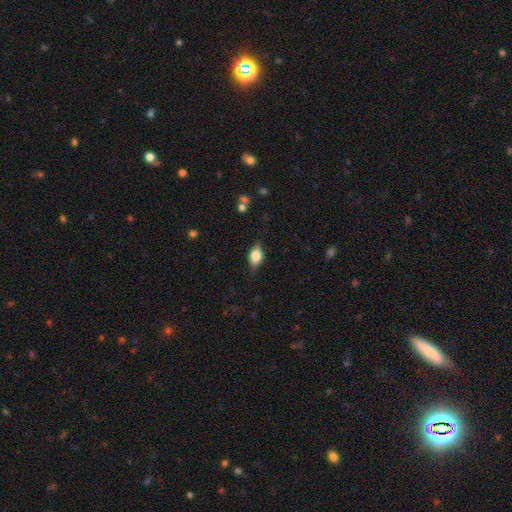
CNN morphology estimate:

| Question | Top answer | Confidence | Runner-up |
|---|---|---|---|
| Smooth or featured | smooth | 59% | featured or disk (33%) |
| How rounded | in between | 80% | round (13%) |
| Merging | none | 79% | minor disturbance (16%) |